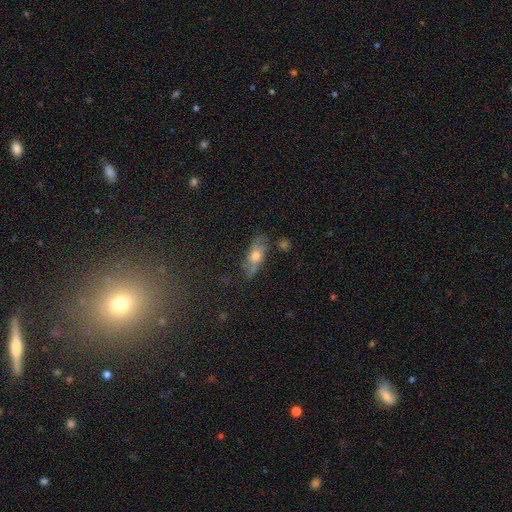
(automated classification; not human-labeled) Q: Smooth or featured?
A: smooth (49%); runner-up: featured or disk (41%)
Q: Merging?
A: none (64%); runner-up: minor disturbance (24%)